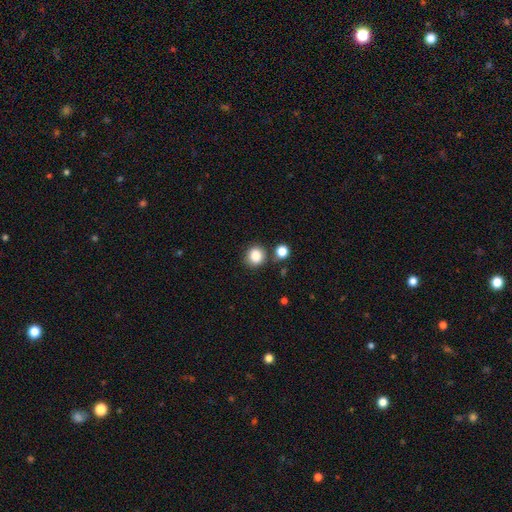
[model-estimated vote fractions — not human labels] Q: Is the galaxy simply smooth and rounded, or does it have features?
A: smooth — 86%.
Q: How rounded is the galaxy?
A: round — 86%.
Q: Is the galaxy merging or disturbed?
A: none — 79%.